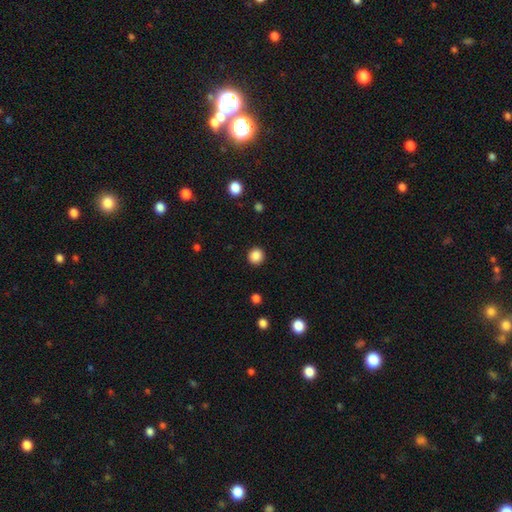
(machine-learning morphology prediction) A smooth galaxy with no disk features (87%) that is round (91%). Merging: none (92%).